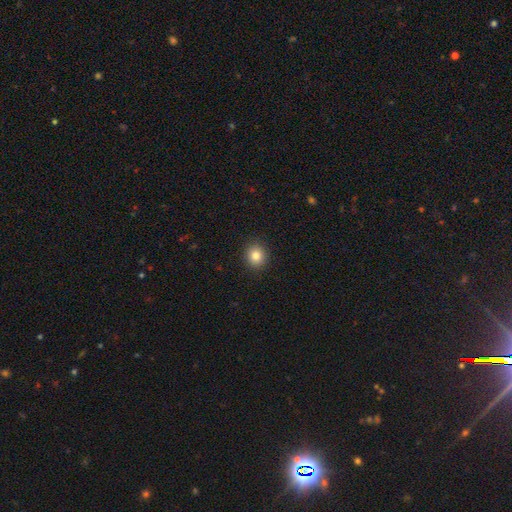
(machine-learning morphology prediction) Smooth or featured: smooth — 83% (star or artifact — 11%)
How rounded: round — 82% (in between — 17%)
Merging: none — 91% (minor disturbance — 6%)